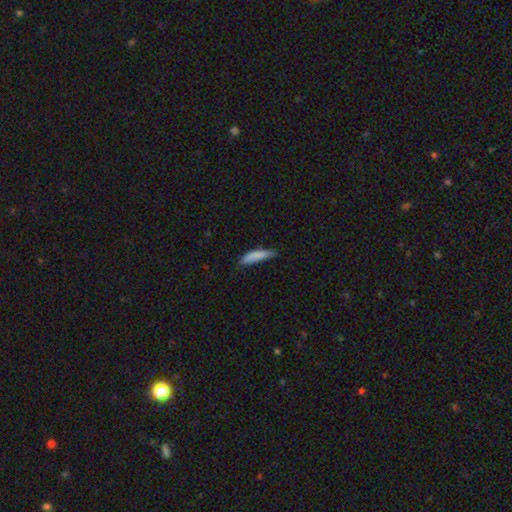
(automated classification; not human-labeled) The model was most divided on "merging": none: 58%, minor disturbance: 33%, major disturbance: 7%, merger: 2%. More confident: smooth or featured — smooth (82%); how rounded — cigar-shaped (80%).